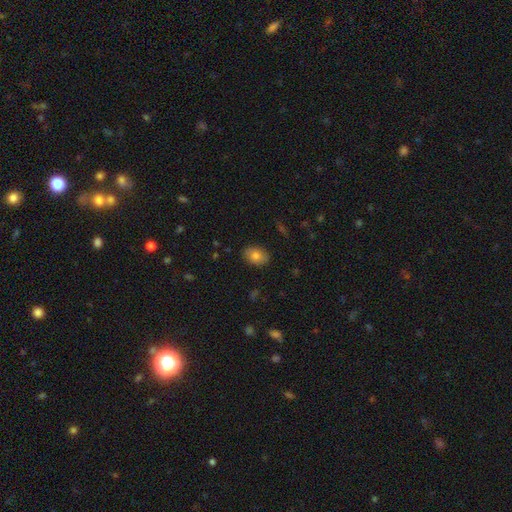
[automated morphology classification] Q: Smooth or featured?
A: smooth (82%); runner-up: featured or disk (10%)
Q: How rounded?
A: in between (78%); runner-up: round (20%)
Q: Merging?
A: none (87%); runner-up: minor disturbance (10%)